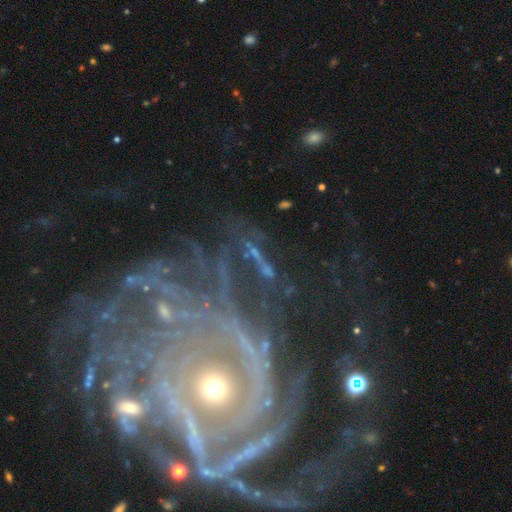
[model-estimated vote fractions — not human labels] This appears to be a featured or disk galaxy (70%) with no bar (58%), tight (74%) spiral arms (92%) and a small central bulge (57%). Merging: none (69%).